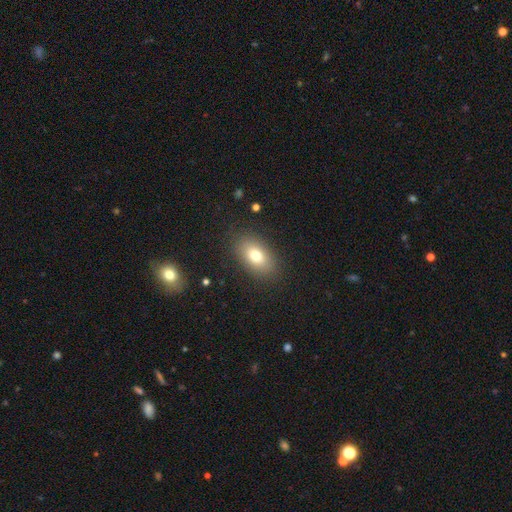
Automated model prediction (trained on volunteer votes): smooth 76%, featured or disk 14%, star or artifact 10%. Down the decision tree: how rounded — in between (87%); merging — none (86%).